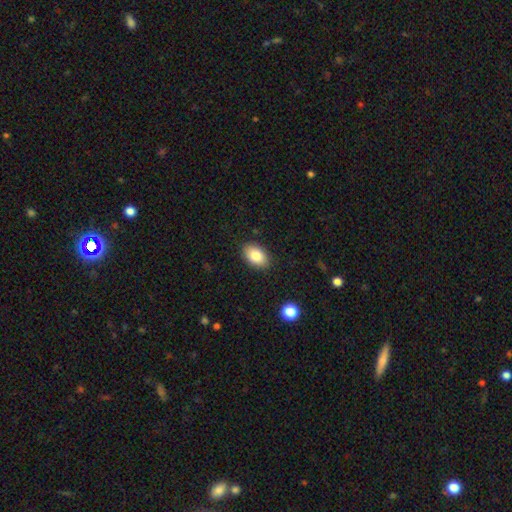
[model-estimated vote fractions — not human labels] Smooth or featured? Predicted: smooth (p=0.84). How rounded? Predicted: in between (p=0.90). Merging? Predicted: none (p=0.87).